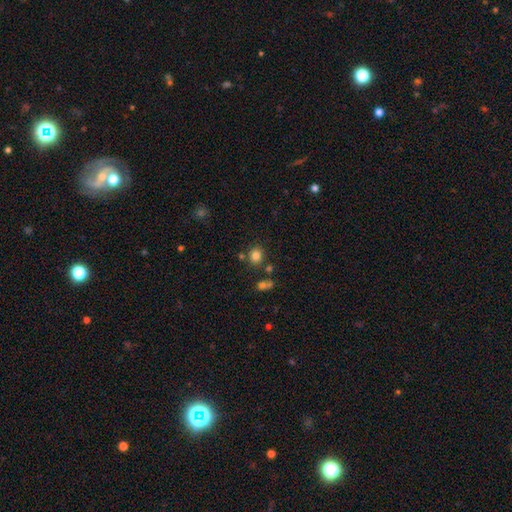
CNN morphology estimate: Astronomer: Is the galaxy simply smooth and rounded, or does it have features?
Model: smooth — 81%.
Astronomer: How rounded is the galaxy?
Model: round — 78%.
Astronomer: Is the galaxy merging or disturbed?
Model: none — 78%.